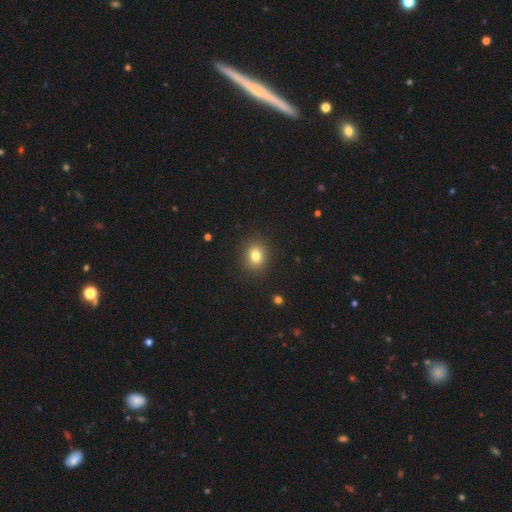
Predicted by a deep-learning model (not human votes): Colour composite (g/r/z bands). It shows a smooth galaxy with no disk features (81%) that is round (64%). Merging: none (90%).